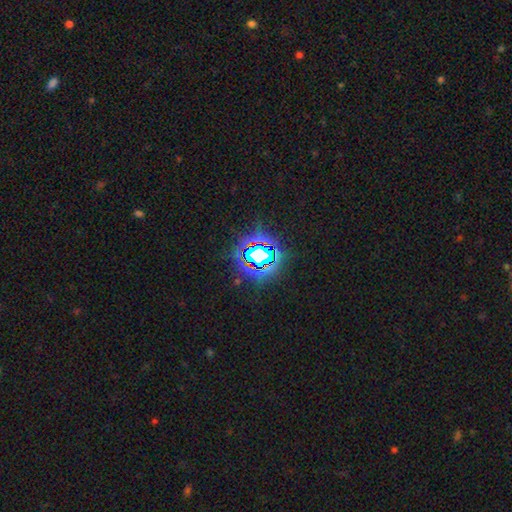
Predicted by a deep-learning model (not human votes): This appears to be a star or artifact, not a galaxy (83%).